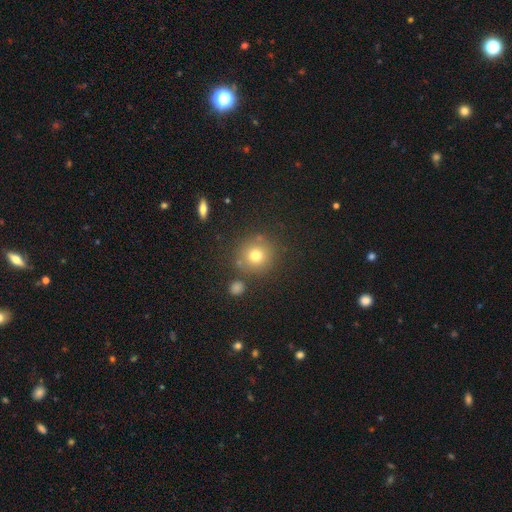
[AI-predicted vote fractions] smooth_or_featured: smooth (p=0.75) [alt: star or artifact p=0.14]
how_rounded: round (p=0.92) [alt: in between p=0.07]
merging: none (p=0.81) [alt: minor disturbance p=0.09]